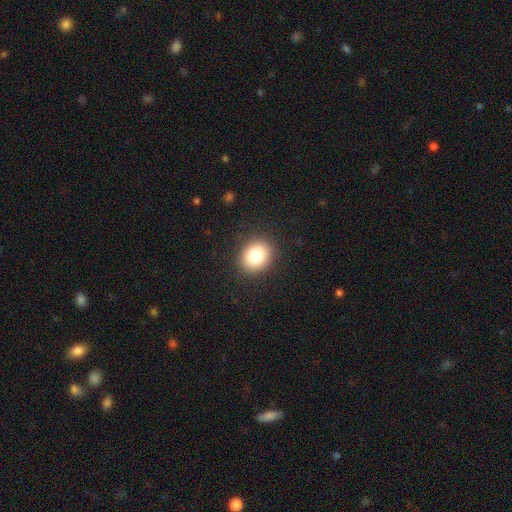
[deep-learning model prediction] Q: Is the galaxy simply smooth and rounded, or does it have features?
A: smooth — 81%.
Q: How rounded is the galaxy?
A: round — 63%.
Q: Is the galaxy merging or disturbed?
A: none — 90%.